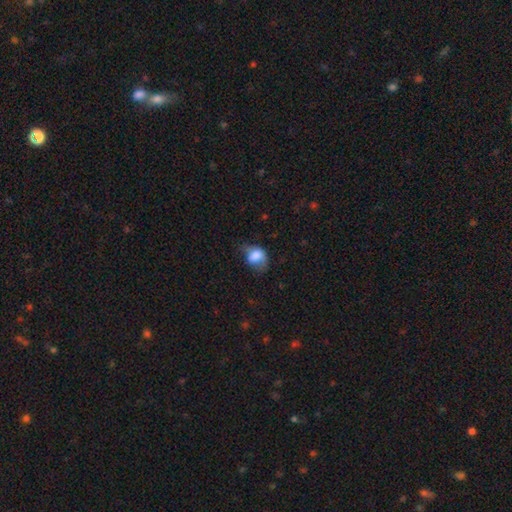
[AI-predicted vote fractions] smooth 75%, featured or disk 16%, star or artifact 9%. Down the decision tree: how rounded — in between (65%); merging — minor disturbance (38%).